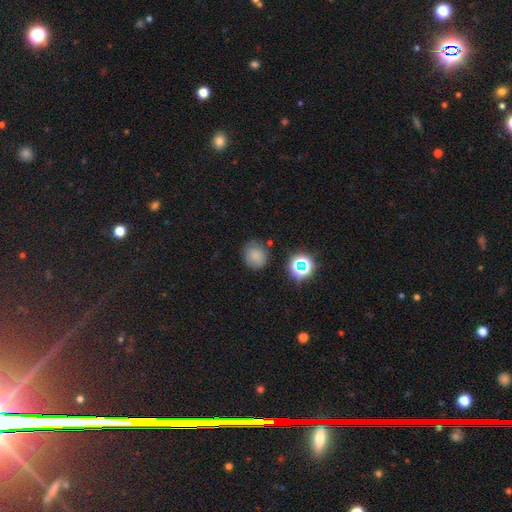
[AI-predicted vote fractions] Q: Smooth or featured?
A: smooth (76%); runner-up: star or artifact (16%)
Q: How rounded?
A: round (77%); runner-up: in between (22%)
Q: Merging?
A: none (77%); runner-up: minor disturbance (14%)